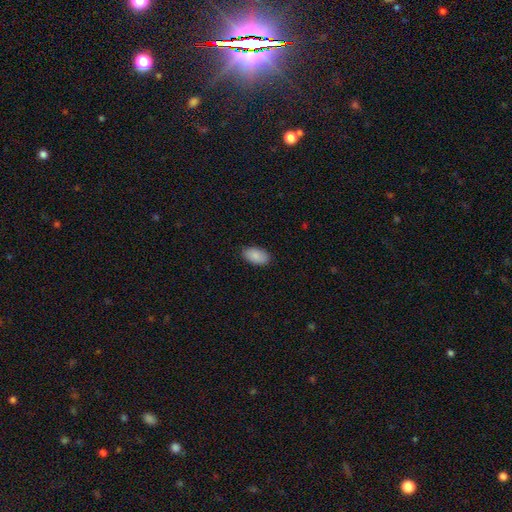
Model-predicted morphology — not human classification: Smooth or featured? smooth (89%)
How rounded? in between (94%)
Merging? none (86%)